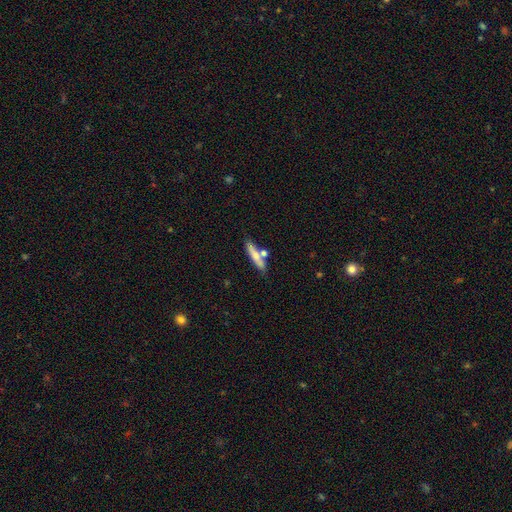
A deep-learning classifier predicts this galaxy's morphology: Q: Smooth or featured?
A: smooth (64%); runner-up: featured or disk (29%)
Q: How rounded?
A: cigar-shaped (82%); runner-up: in between (16%)
Q: Merging?
A: none (66%); runner-up: merger (17%)